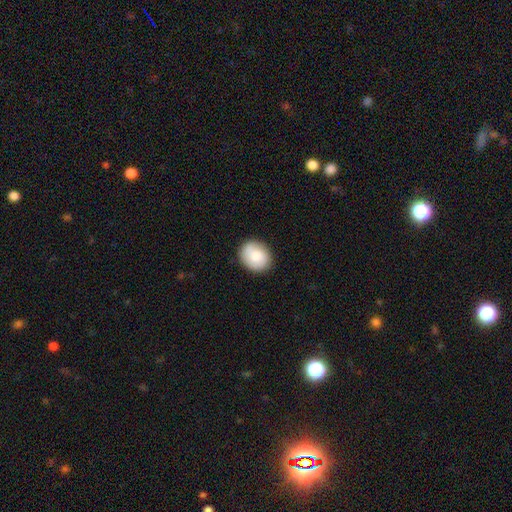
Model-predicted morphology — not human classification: Smooth or featured?
  - smooth: 80% *
  - featured or disk: 14%
  - star or artifact: 7%
How rounded?
  - round: 60% *
  - in between: 39%
  - cigar-shaped: 1%
Merging?
  - none: 86% *
  - minor disturbance: 11%
  - major disturbance: 2%
  - merger: 1%